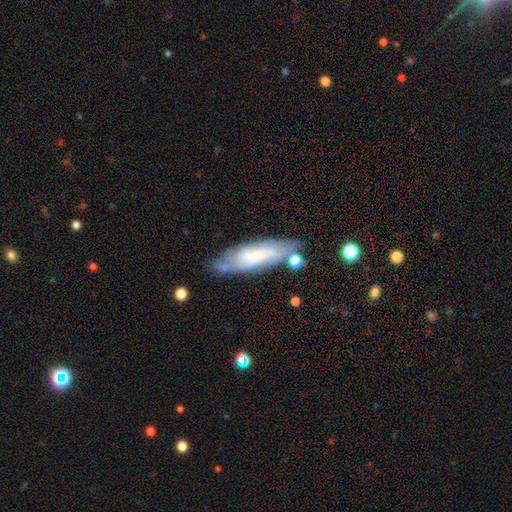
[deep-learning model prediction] Smooth or featured? Predicted: featured or disk (p=0.56). Edge-on disk? Predicted: no (p=0.67). Merging? Predicted: none (p=0.67).